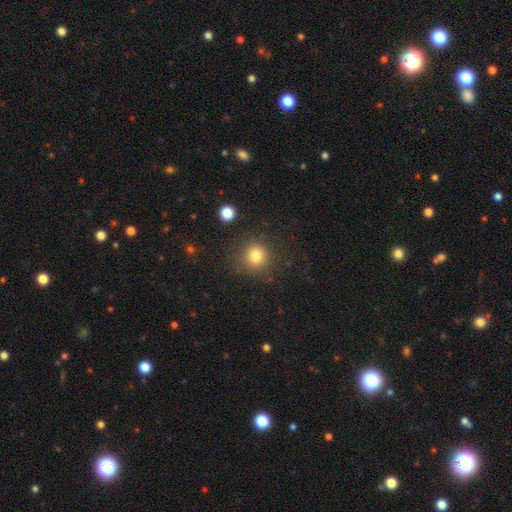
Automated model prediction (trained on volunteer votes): A smooth galaxy with no disk features (80%) that is round (91%). Merging: none (85%).